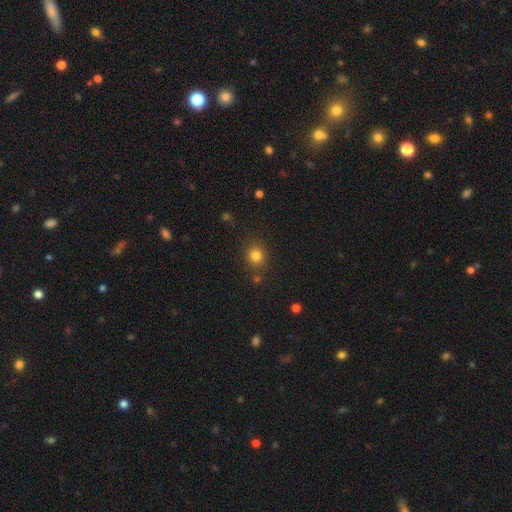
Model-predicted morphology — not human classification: Smooth or featured? Predicted: smooth (p=0.80). How rounded? Predicted: round (p=0.82). Merging? Predicted: none (p=0.82).